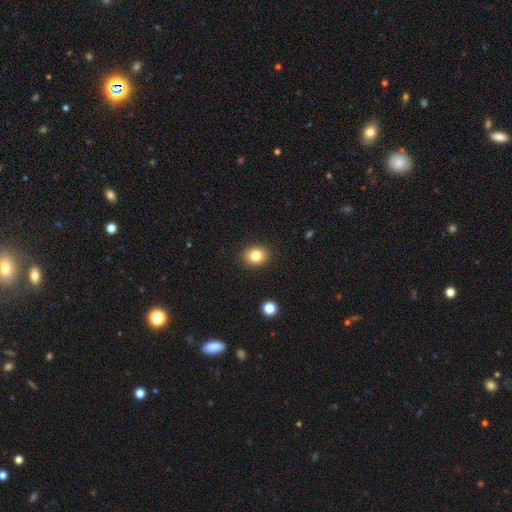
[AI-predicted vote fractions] The model was most divided on "how rounded": round: 67%, in between: 32%, cigar-shaped: 1%. More confident: merging — none (90%); smooth or featured — smooth (82%).